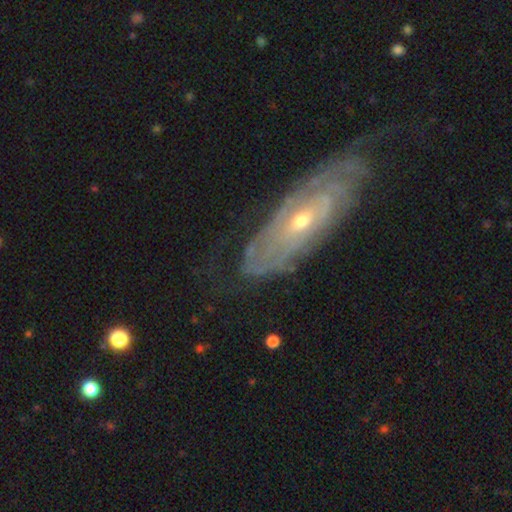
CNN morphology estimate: Overall: featured or disk (82%). Edge-on disk: no (84%). Bar: no (69%). Spiral arms: yes (86%). Spiral arm count: can't tell (59%). Spiral winding: tight (76%). Bulge size: small (55%; moderate 42%). Merging: none (71%).